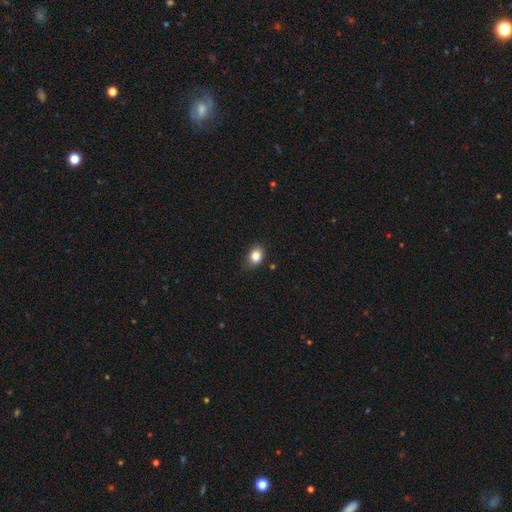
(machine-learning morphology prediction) smooth-or-featured: smooth: 84% | star or artifact: 10% | featured or disk: 6%
  how-rounded: in between: 53% | round: 46% | cigar-shaped: 1%
  merging: none: 78% | minor disturbance: 17% | major disturbance: 3% | merger: 1%